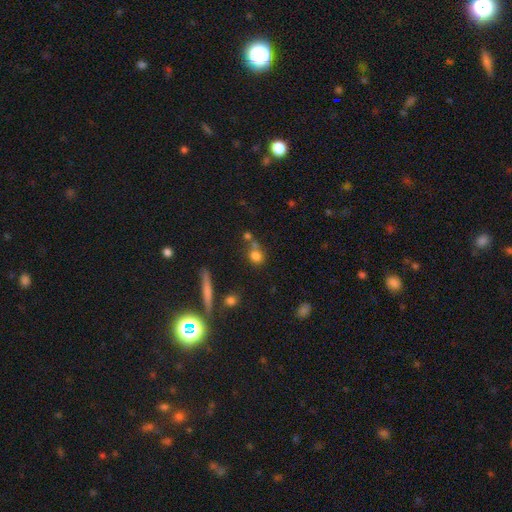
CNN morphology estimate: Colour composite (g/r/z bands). It shows a smooth galaxy with no disk features (75%) that is round (76%). Merging: none (52%).